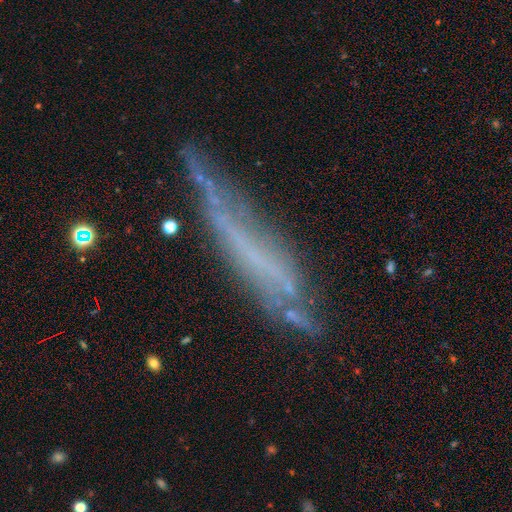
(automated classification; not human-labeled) Morphology: type=featured or disk (58%); edge-on=yes (69%); merging=none (48%).